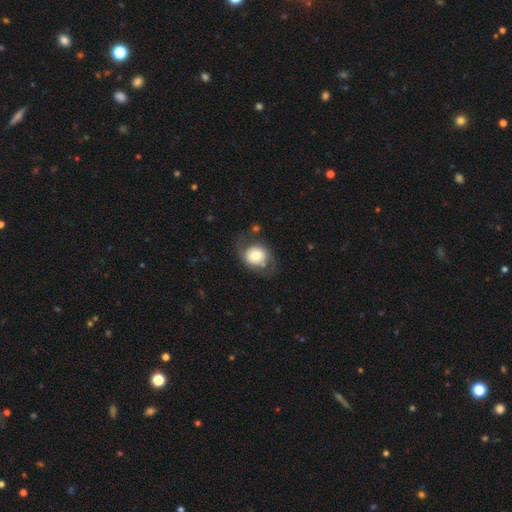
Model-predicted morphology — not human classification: type=smooth (57%); roundness=round (72%); merging=none (58%).